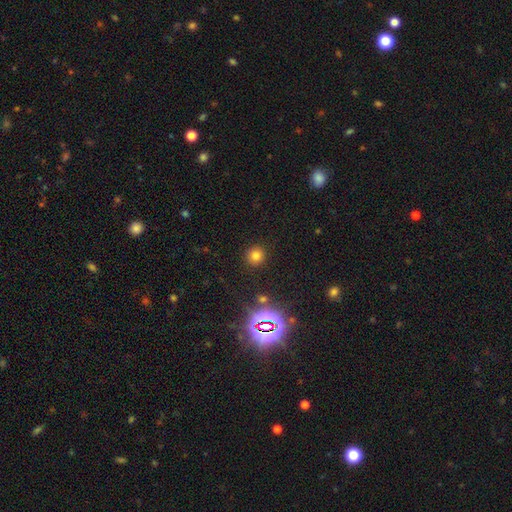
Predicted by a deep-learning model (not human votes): The model was most divided on "smooth or featured": smooth: 73%, star or artifact: 20%, featured or disk: 7%. More confident: how rounded — round (90%); merging — none (89%).